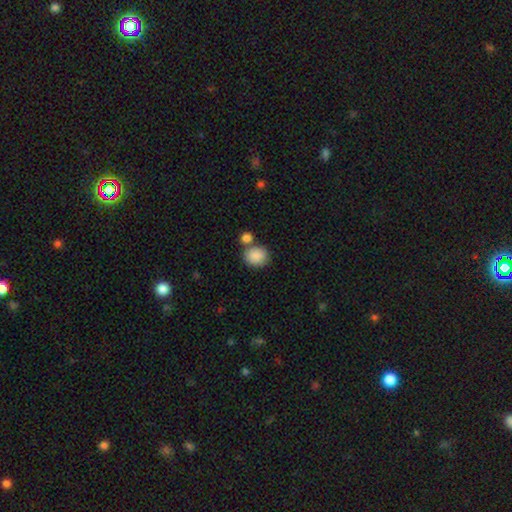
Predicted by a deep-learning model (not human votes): This appears to be a smooth galaxy with no disk features (88%) that is round (70%). Merging: none (63%).